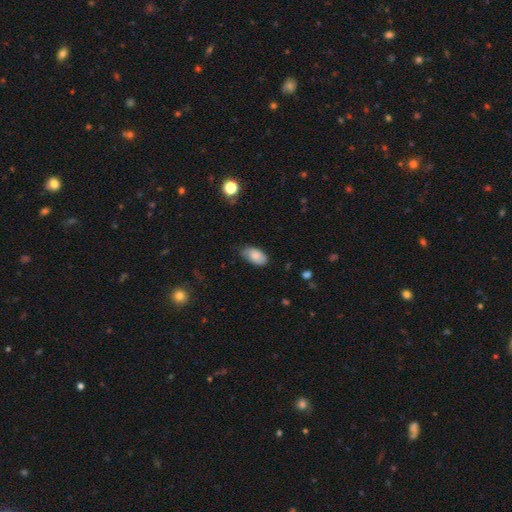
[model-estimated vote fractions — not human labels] This appears to be a smooth galaxy with no disk features (81%) that is in between round and cigar-shaped (94%). Merging: none (64%).